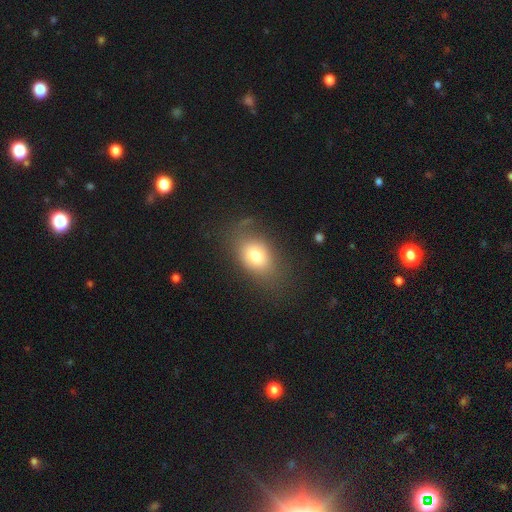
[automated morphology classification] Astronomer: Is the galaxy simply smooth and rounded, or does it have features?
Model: smooth — 74%.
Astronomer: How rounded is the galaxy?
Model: in between — 75%.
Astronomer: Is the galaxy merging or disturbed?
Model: none — 65%.